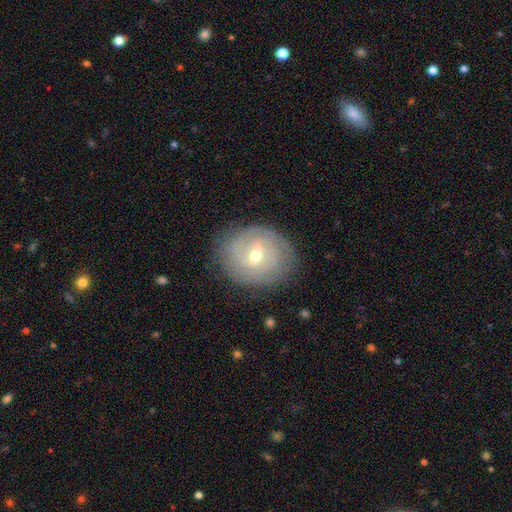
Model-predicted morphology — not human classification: featured or disk 74%, smooth 19%, star or artifact 7%. Down the decision tree: edge-on disk — no (96%); bar — weak (58%); spiral arms — yes (85%); spiral arm count — can't tell (44%); spiral winding — tight (72%); bulge size — moderate (54%); merging — none (81%).